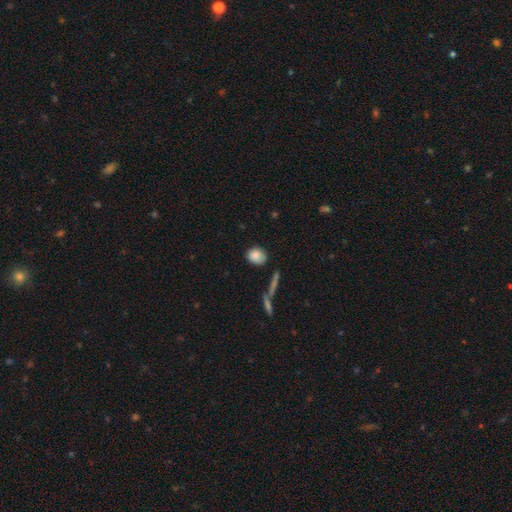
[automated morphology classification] Overall: smooth (86%). How rounded: round (55%; in between 43%). Merging: none (77%).